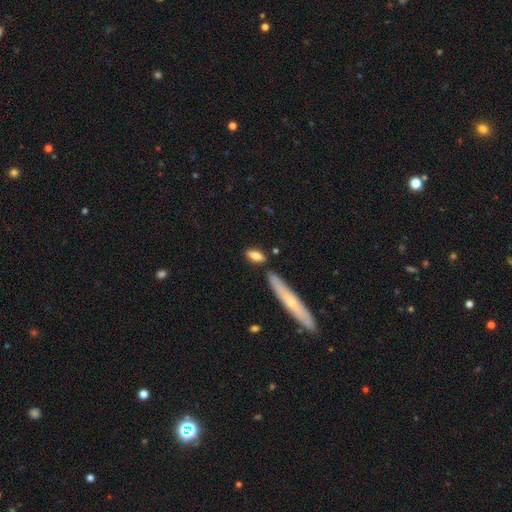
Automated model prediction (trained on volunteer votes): smooth_or_featured: smooth (p=0.78) [alt: featured or disk p=0.15]
how_rounded: in between (p=0.69) [alt: cigar-shaped p=0.27]
merging: none (p=0.73) [alt: minor disturbance p=0.13]